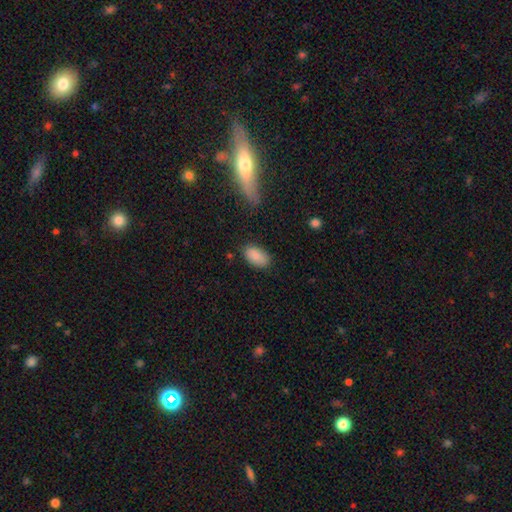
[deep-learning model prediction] Smooth or featured? smooth (87%)
How rounded? in between (93%)
Merging? none (81%)